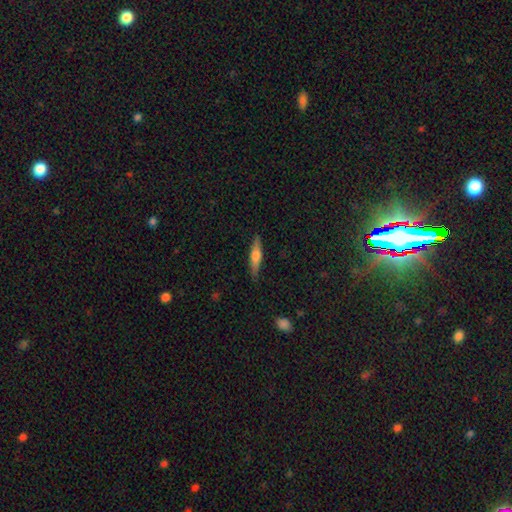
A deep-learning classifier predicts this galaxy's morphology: smooth 48%, featured or disk 46%, star or artifact 6%. Down the decision tree: merging — none (86%).